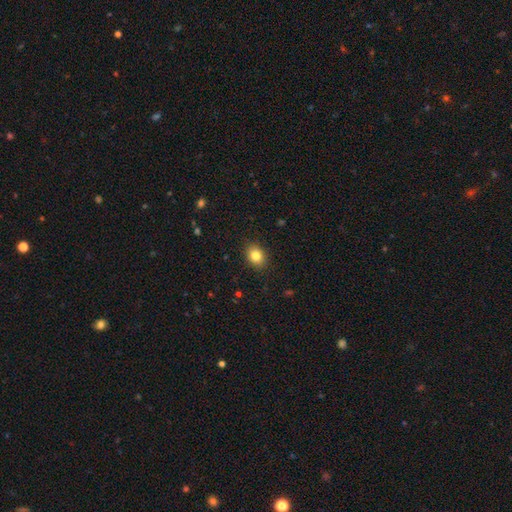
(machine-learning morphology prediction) Q: Smooth or featured?
A: smooth (83%); runner-up: star or artifact (10%)
Q: How rounded?
A: in between (52%); runner-up: round (48%)
Q: Merging?
A: none (89%); runner-up: minor disturbance (8%)